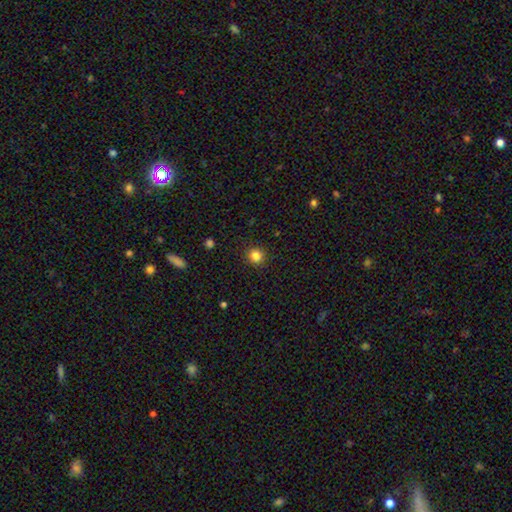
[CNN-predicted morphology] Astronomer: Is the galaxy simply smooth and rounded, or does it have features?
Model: smooth — 83%.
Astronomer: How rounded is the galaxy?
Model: round — 94%.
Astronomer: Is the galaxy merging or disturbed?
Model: none — 92%.